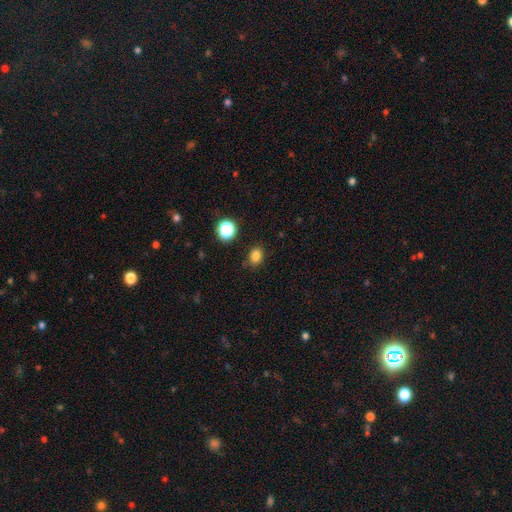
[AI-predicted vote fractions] smooth_or_featured: smooth (p=0.82) [alt: star or artifact p=0.14]
how_rounded: in between (p=0.55) [alt: round p=0.44]
merging: none (p=0.82) [alt: minor disturbance p=0.13]